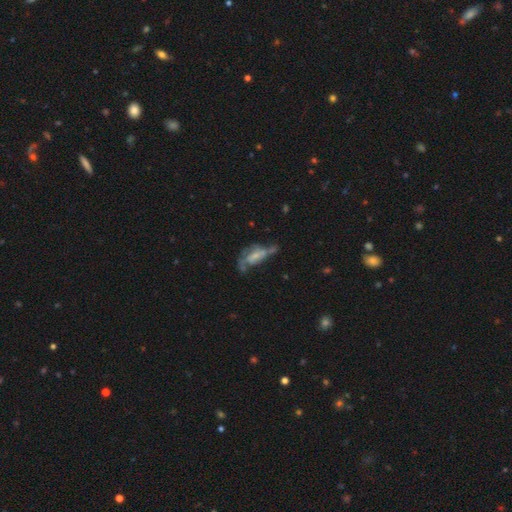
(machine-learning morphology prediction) A featured or disk galaxy (57%). Merging: major disturbance (34%).